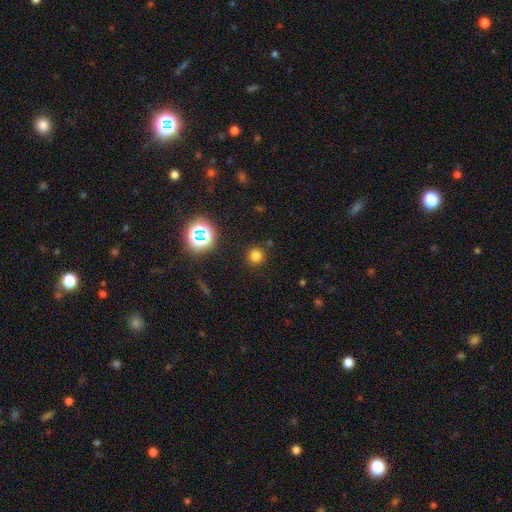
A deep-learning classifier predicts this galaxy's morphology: Smooth or featured? Predicted: smooth (p=0.73). How rounded? Predicted: round (p=0.94). Merging? Predicted: none (p=0.88).